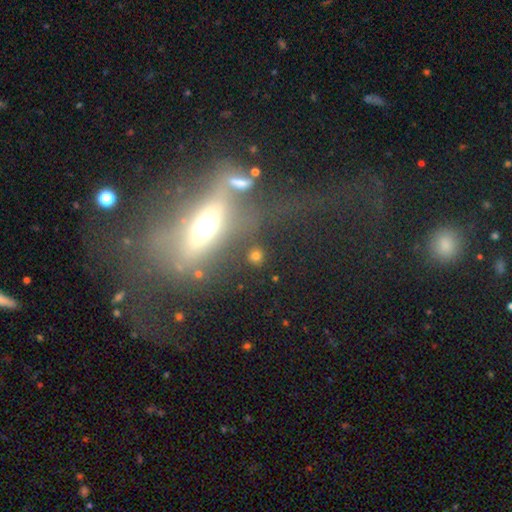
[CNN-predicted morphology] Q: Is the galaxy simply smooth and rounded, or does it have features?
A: smooth — 69%.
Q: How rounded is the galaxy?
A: round — 79%.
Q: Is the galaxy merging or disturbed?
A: none — 81%.